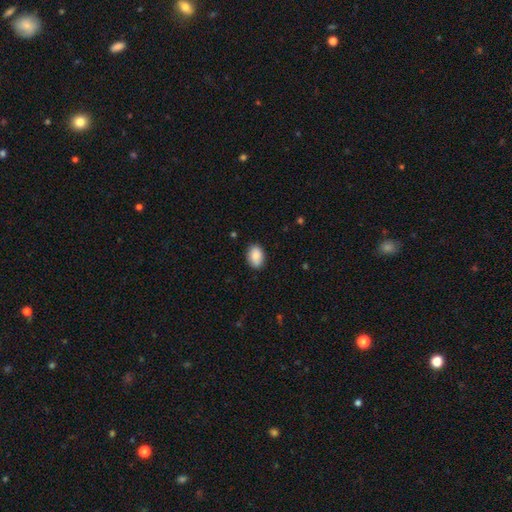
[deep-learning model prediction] smooth-or-featured: smooth: 88% | star or artifact: 7% | featured or disk: 5%
  how-rounded: in between: 84% | round: 15% | cigar-shaped: 1%
  merging: none: 85% | minor disturbance: 11% | major disturbance: 2% | merger: 1%